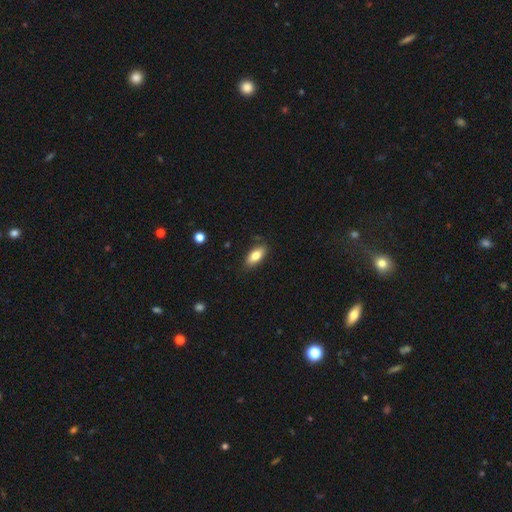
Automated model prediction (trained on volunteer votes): Smooth or featured?
  - smooth: 80% *
  - featured or disk: 13%
  - star or artifact: 7%
How rounded?
  - in between: 87% *
  - cigar-shaped: 10%
  - round: 3%
Merging?
  - none: 85% *
  - minor disturbance: 12%
  - major disturbance: 2%
  - merger: 1%